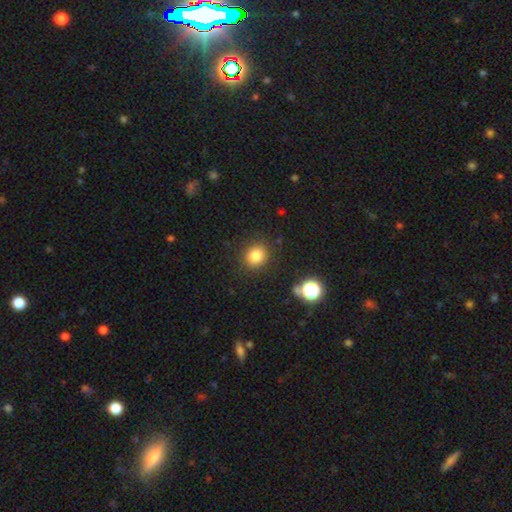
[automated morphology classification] Q: Smooth or featured?
A: smooth (81%); runner-up: star or artifact (12%)
Q: How rounded?
A: round (77%); runner-up: in between (22%)
Q: Merging?
A: none (87%); runner-up: minor disturbance (8%)